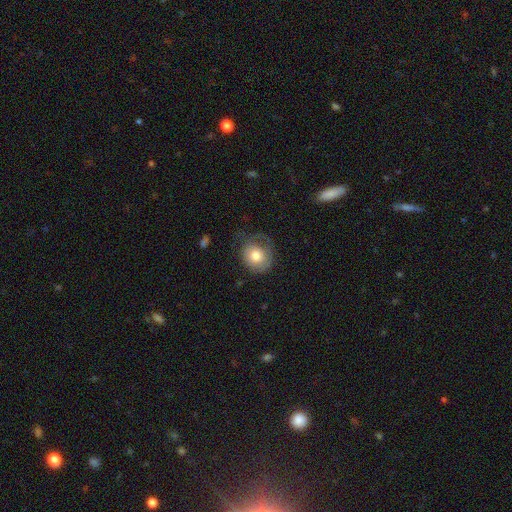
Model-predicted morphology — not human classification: The model was most divided on "merging": none: 47%, minor disturbance: 29%, major disturbance: 22%, merger: 2%. More confident: how rounded — round (76%); smooth or featured — smooth (74%).